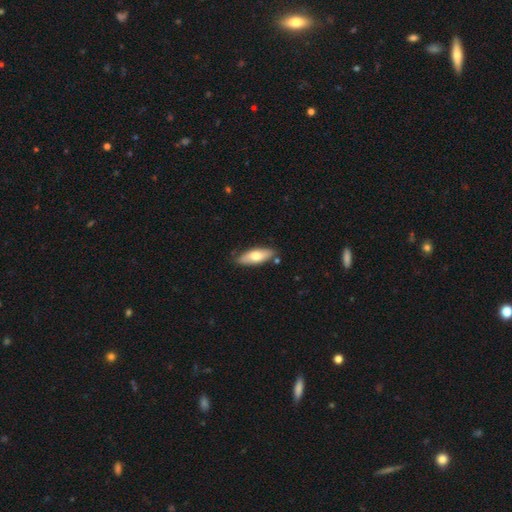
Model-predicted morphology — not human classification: Q: Smooth or featured?
A: smooth (68%); runner-up: featured or disk (26%)
Q: How rounded?
A: in between (70%); runner-up: cigar-shaped (28%)
Q: Merging?
A: none (81%); runner-up: minor disturbance (13%)